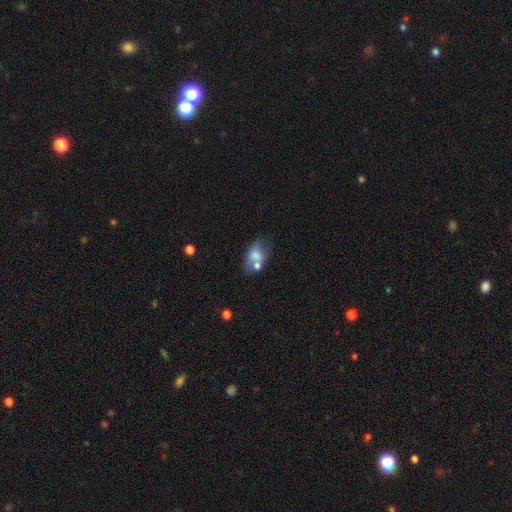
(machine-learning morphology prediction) Q: Smooth or featured?
A: smooth (65%); runner-up: featured or disk (26%)
Q: How rounded?
A: in between (83%); runner-up: round (14%)
Q: Merging?
A: none (39%); runner-up: merger (33%)